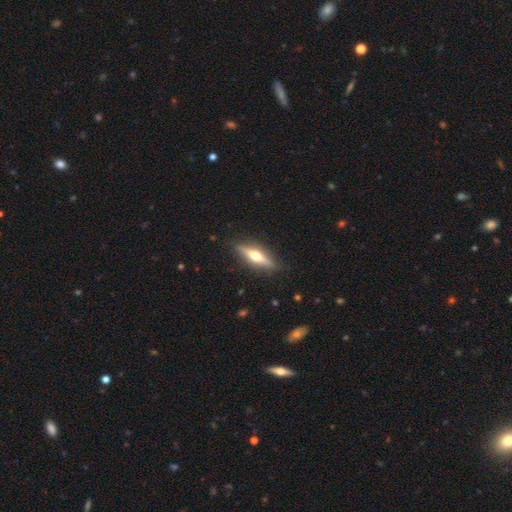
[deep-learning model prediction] This is likely a featured or disk galaxy (62%). It is clearly viewed edge-on (94%). Edge-on bulge: clearly rounded (95%). Merging: clearly none (88%).